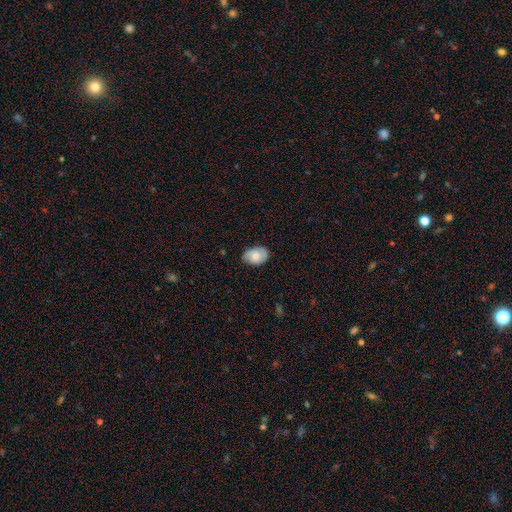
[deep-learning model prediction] This appears to be a smooth galaxy with no disk features (62%) that is in between round and cigar-shaped (83%). Merging: none (71%).